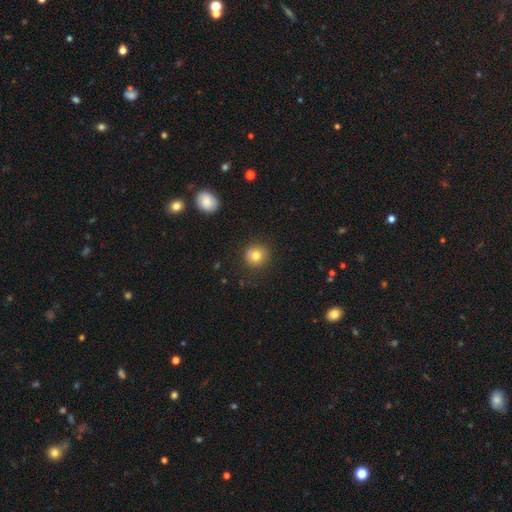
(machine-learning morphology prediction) Smooth or featured?
  - smooth: 78% *
  - star or artifact: 12%
  - featured or disk: 10%
How rounded?
  - round: 91% *
  - in between: 8%
  - cigar-shaped: 1%
Merging?
  - none: 85% *
  - minor disturbance: 10%
  - major disturbance: 3%
  - merger: 2%